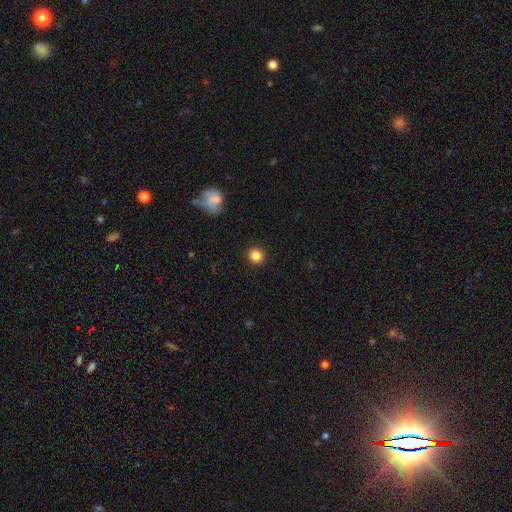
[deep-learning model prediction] Smooth or featured? smooth (85%)
How rounded? round (90%)
Merging? none (91%)